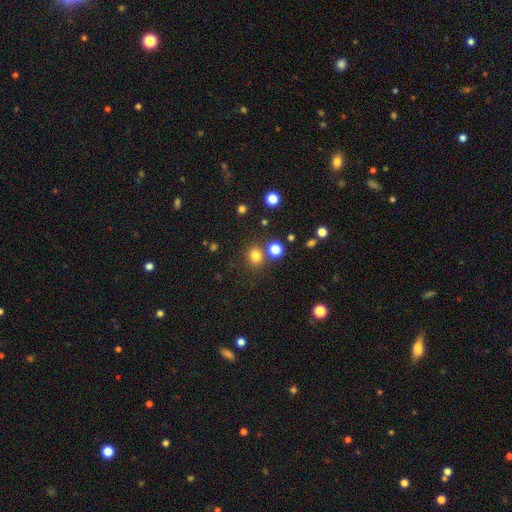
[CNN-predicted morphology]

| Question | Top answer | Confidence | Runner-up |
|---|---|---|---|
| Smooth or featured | smooth | 79% | star or artifact (16%) |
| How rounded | round | 81% | in between (18%) |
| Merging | none | 78% | merger (11%) |